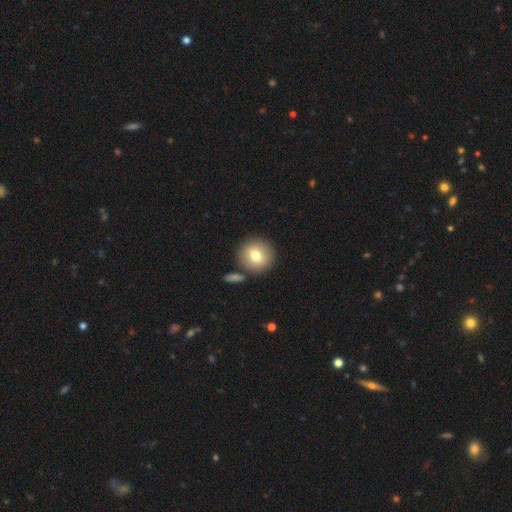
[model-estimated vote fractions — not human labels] Smooth or featured? Predicted: smooth (p=0.76). How rounded? Predicted: round (p=0.92). Merging? Predicted: none (p=0.82).